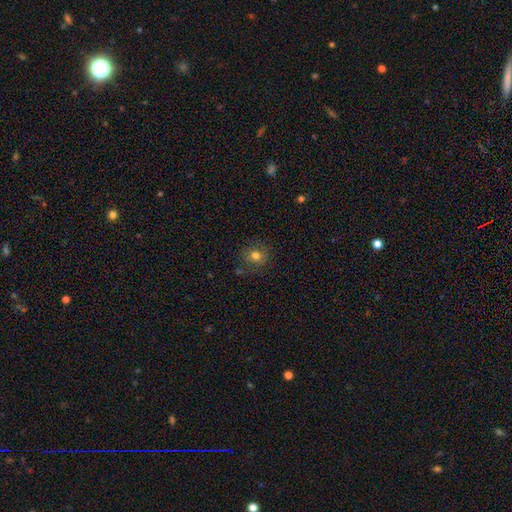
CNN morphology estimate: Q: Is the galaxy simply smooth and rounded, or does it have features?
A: smooth — 76%.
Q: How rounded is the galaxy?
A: round — 81%.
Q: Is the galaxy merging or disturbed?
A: none — 81%.